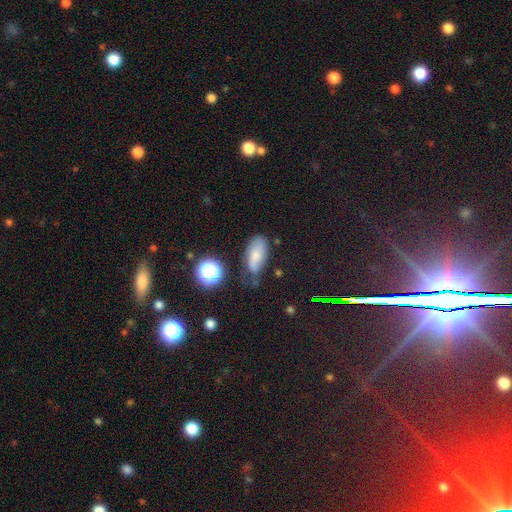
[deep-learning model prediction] Smooth or featured: smooth — 63% (featured or disk — 25%)
How rounded: in between — 86% (cigar-shaped — 8%)
Merging: none — 44% (minor disturbance — 35%)